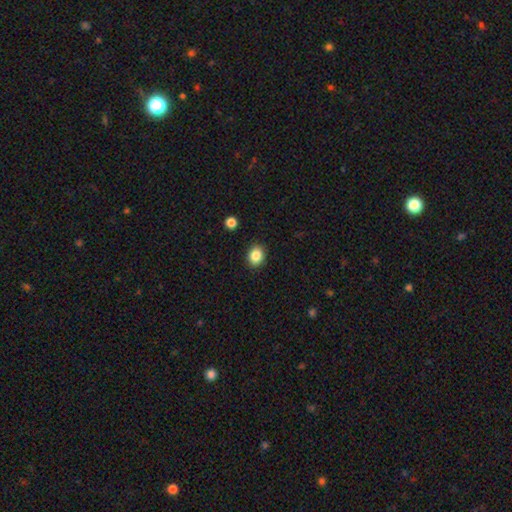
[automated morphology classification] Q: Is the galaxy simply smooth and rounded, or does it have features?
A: smooth — 86%.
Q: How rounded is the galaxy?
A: round — 53%.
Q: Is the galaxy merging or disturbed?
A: none — 89%.